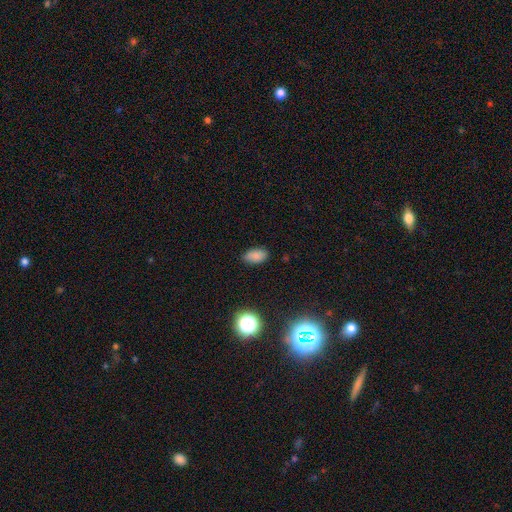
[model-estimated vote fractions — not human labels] Smooth or featured: smooth — 83% (star or artifact — 12%)
How rounded: in between — 92% (round — 6%)
Merging: none — 84% (minor disturbance — 12%)